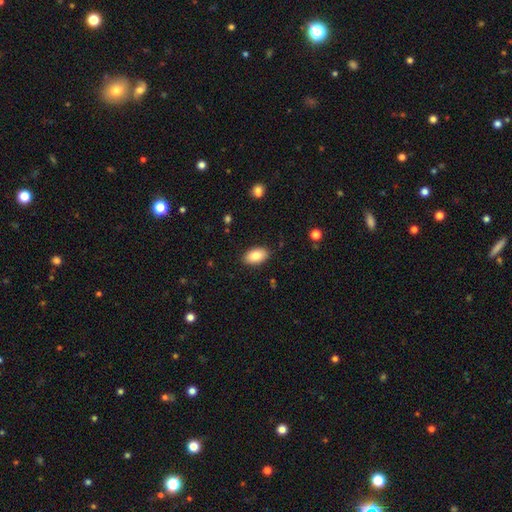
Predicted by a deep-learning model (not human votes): smooth 86%, featured or disk 7%, star or artifact 7%. Down the decision tree: how rounded — in between (94%); merging — none (88%).